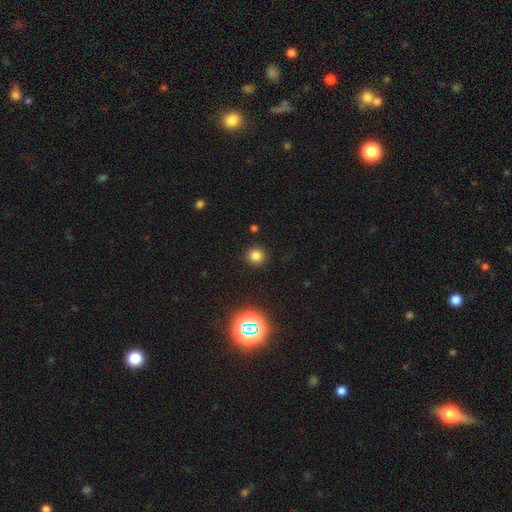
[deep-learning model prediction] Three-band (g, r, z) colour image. It shows a smooth galaxy with no disk features (77%) that is round (93%). Merging: none (90%).